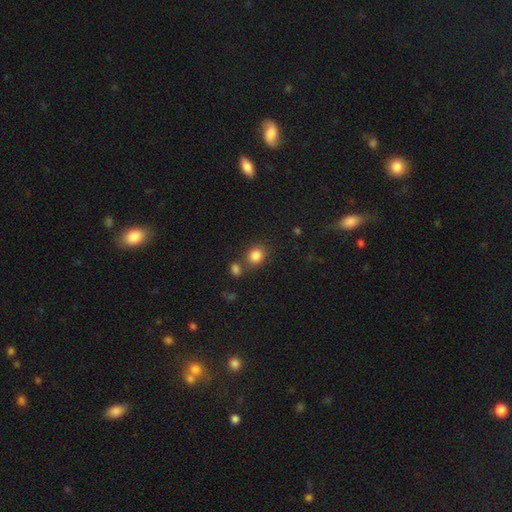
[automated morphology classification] Smooth or featured? smooth (84%)
How rounded? round (69%)
Merging? none (67%)